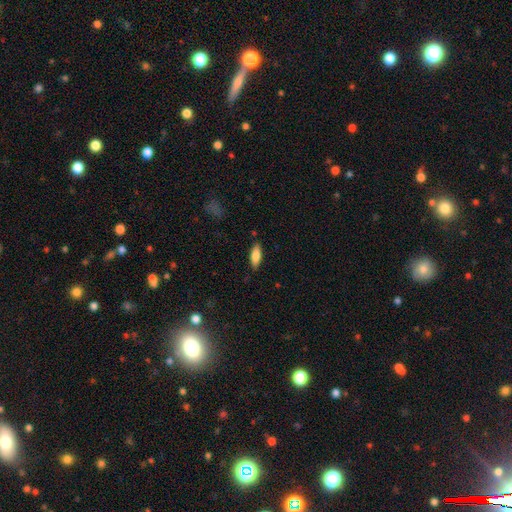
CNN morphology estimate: Smooth or featured?
  - smooth: 80% *
  - featured or disk: 14%
  - star or artifact: 6%
How rounded?
  - in between: 67% *
  - cigar-shaped: 32%
  - round: 2%
Merging?
  - none: 85% *
  - minor disturbance: 11%
  - major disturbance: 2%
  - merger: 2%